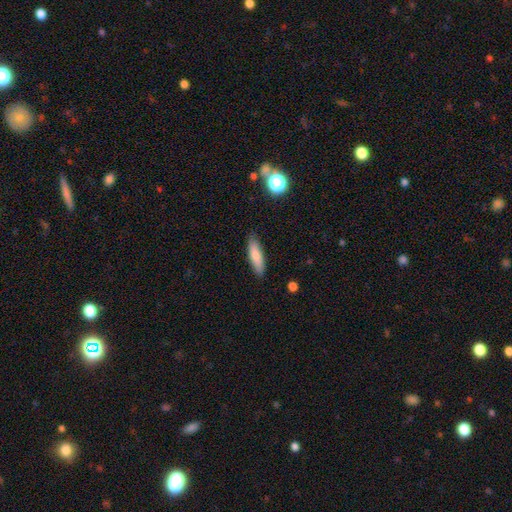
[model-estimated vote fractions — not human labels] Smooth or featured: smooth — 82% (featured or disk — 12%)
How rounded: cigar-shaped — 64% (in between — 34%)
Merging: none — 86% (minor disturbance — 10%)